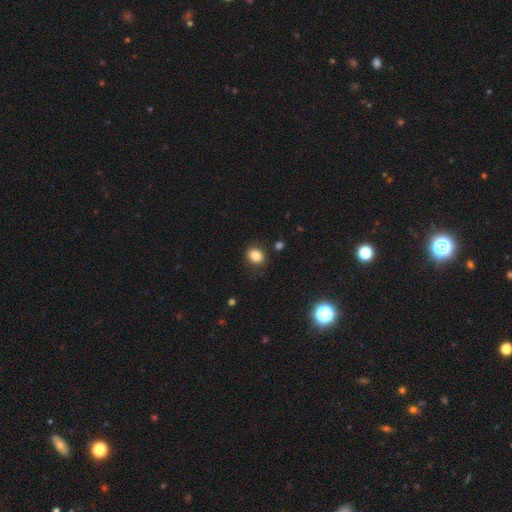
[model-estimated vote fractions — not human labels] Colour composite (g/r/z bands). It shows a smooth galaxy with no disk features (84%) that is round (57%). Merging: none (81%).